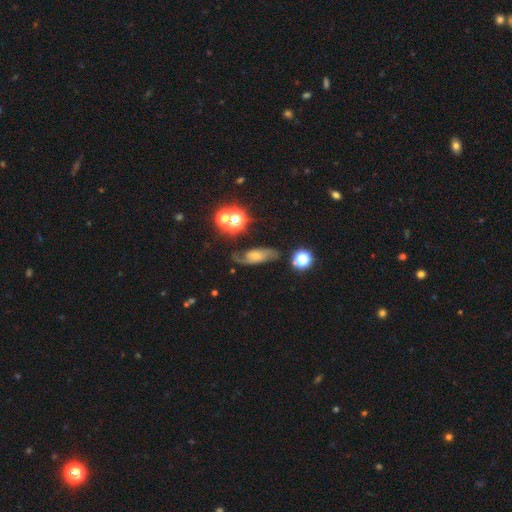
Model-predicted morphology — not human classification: The model was most divided on "bulge size": small: 43%, moderate: 41%, large: 7%, none: 7%, dominant: 3%. More confident: spiral arms — yes (89%); edge-on disk — no (86%); merging — none (68%); bar — no (66%); smooth or featured — featured or disk (60%).